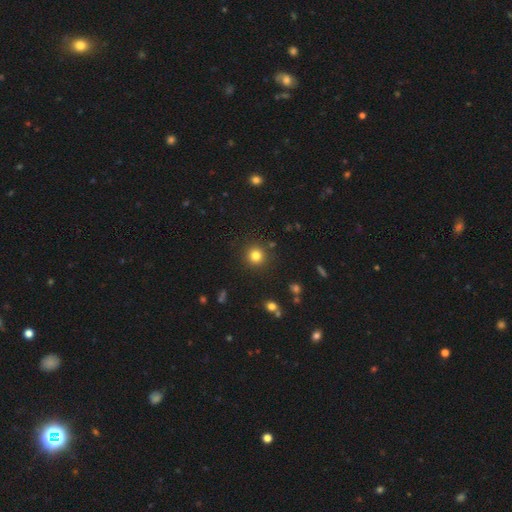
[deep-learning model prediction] Smooth or featured? smooth (81%)
How rounded? round (94%)
Merging? none (90%)